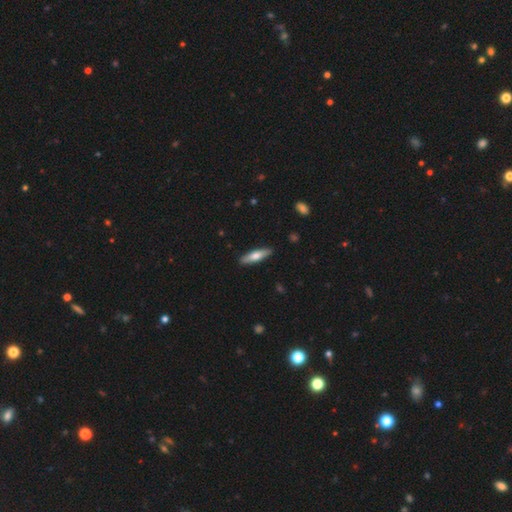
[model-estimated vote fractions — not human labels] Smooth or featured? Predicted: smooth (p=0.62). How rounded? Predicted: cigar-shaped (p=0.69). Merging? Predicted: none (p=0.90).